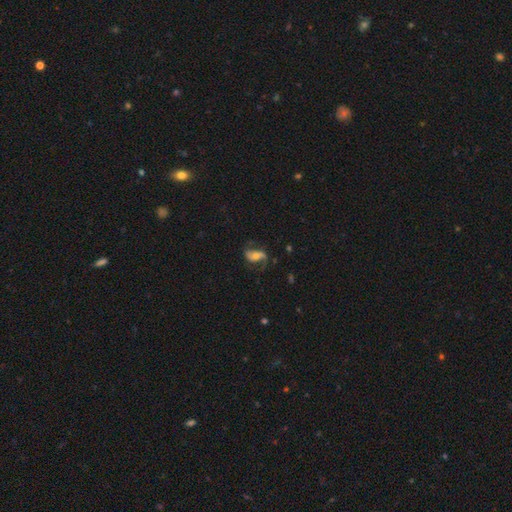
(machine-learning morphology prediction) A featured or disk galaxy (74%) with no bar (42%), 2 (88%) loose (59%) spiral arms (92%) and a moderate central bulge (52%). Merging: none (65%).